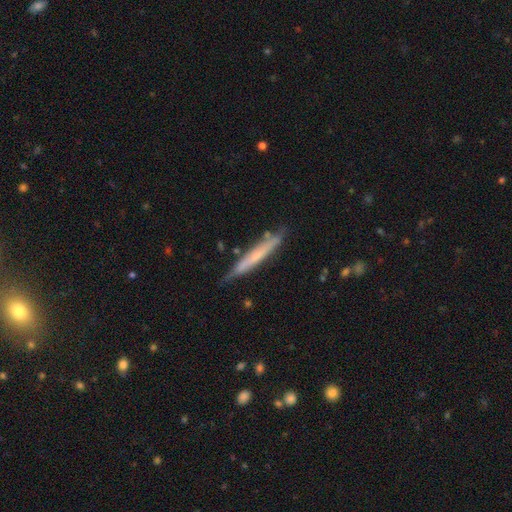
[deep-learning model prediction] This is possibly a smooth galaxy (51%). How rounded: clearly cigar-shaped (95%). Merging: likely none (80%).